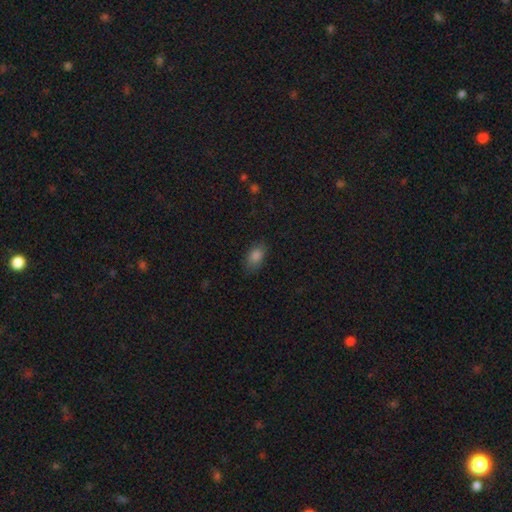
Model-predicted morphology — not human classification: A smooth galaxy with no disk features (82%) that is in between round and cigar-shaped (88%). Merging: none (79%).